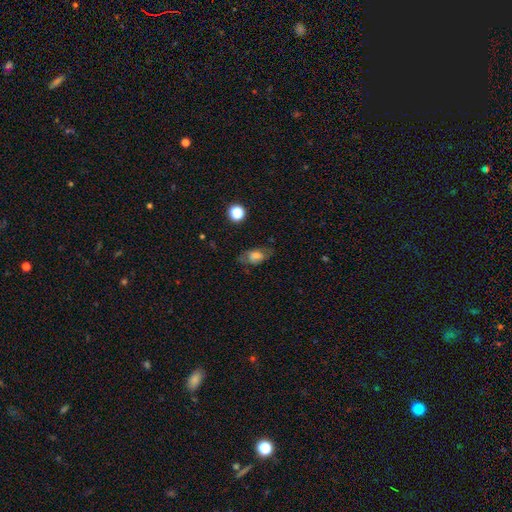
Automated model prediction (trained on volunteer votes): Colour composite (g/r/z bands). It shows a smooth galaxy with no disk features (56%) that is in between round and cigar-shaped (84%). Merging: none (64%).